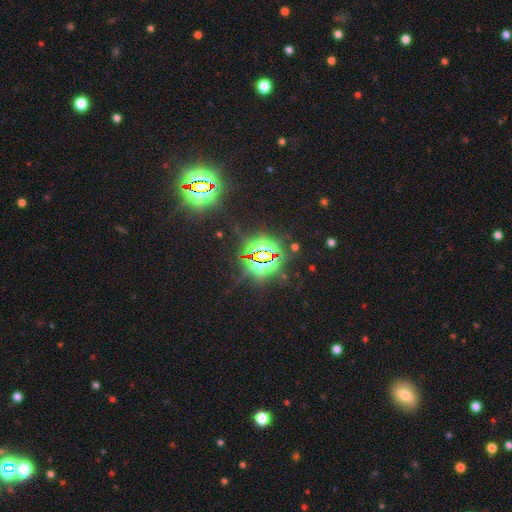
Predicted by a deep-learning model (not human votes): Morphology: type=star or artifact (85%).